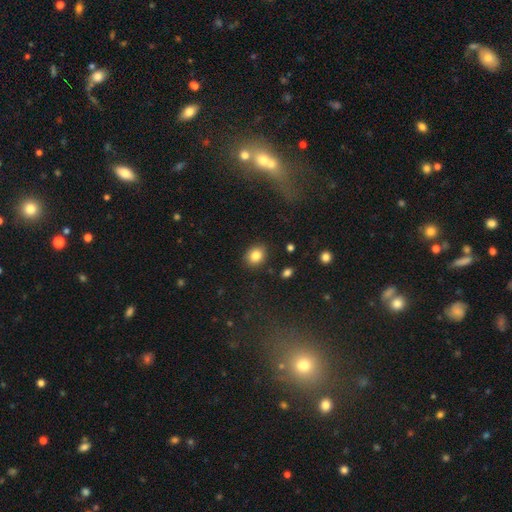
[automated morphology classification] Smooth or featured? smooth (84%)
How rounded? round (52%)
Merging? none (86%)